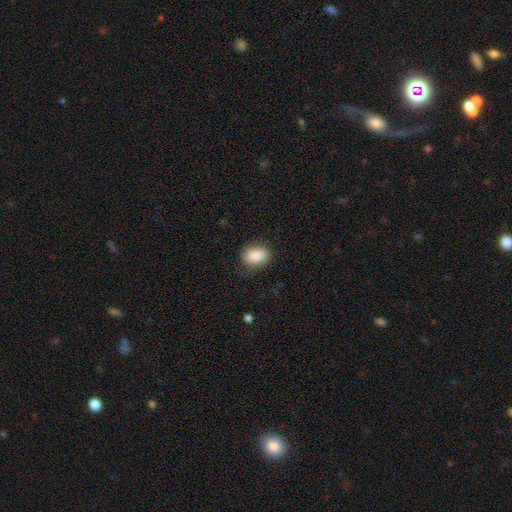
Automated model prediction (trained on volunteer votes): A smooth galaxy with no disk features (87%) that is in between round and cigar-shaped (79%). Merging: none (79%).